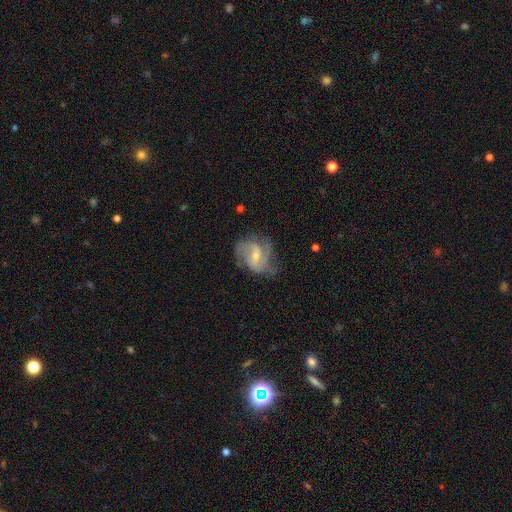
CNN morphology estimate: Smooth or featured? featured or disk (78%)
Edge-on disk? no (97%)
Bar? weak (56%)
Spiral arms? yes (92%)
Spiral winding? medium (50%)
Spiral arm count? 2 (53%)
Bulge size? small (51%)
Merging? none (54%)